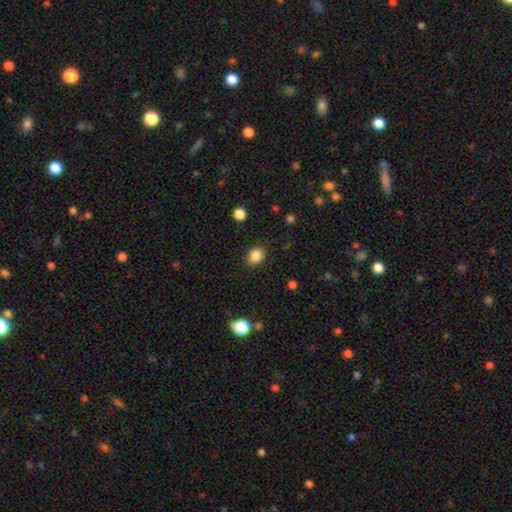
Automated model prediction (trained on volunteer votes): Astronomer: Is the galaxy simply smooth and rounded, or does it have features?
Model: smooth — 86%.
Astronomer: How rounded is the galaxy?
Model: in between — 61% (runner-up: round, 37%).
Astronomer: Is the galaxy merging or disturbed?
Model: none — 84%.